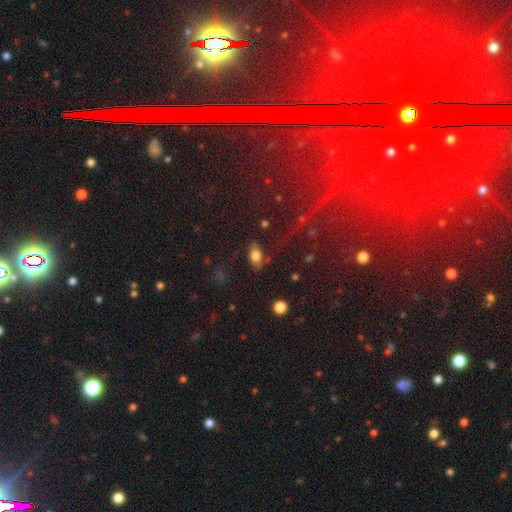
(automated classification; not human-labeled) Smooth or featured: smooth — 76% (featured or disk — 15%)
How rounded: in between — 88% (round — 7%)
Merging: none — 79% (minor disturbance — 14%)